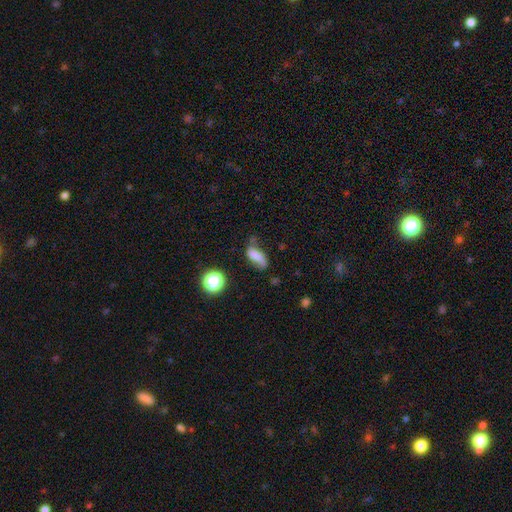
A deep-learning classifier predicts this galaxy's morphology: Q: Smooth or featured?
A: smooth (69%); runner-up: featured or disk (18%)
Q: How rounded?
A: in between (73%); runner-up: cigar-shaped (19%)
Q: Merging?
A: none (47%); runner-up: minor disturbance (30%)